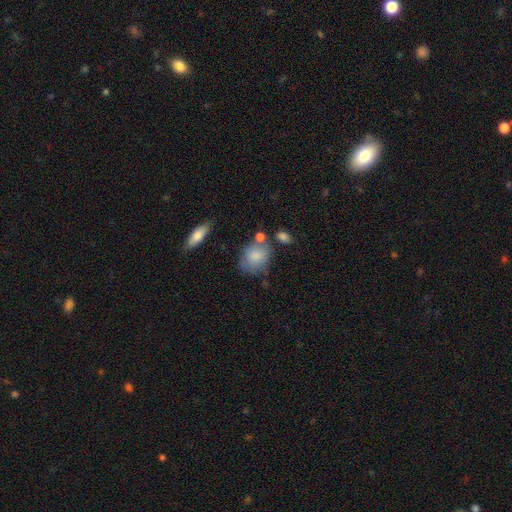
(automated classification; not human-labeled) smooth_or_featured: smooth (p=0.80) [alt: featured or disk p=0.13]
how_rounded: in between (p=0.50) [alt: round p=0.49]
merging: none (p=0.54) [alt: minor disturbance p=0.24]